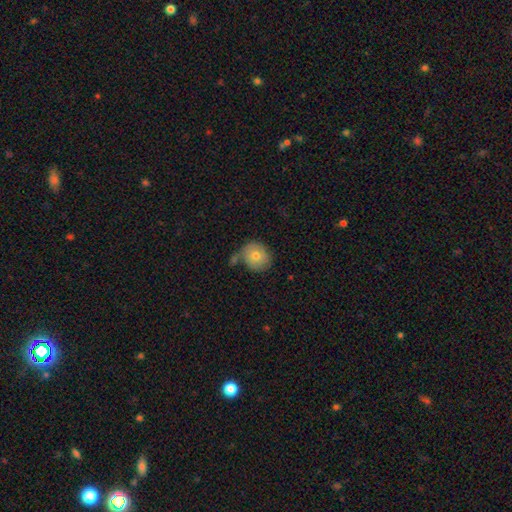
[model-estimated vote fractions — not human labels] Q: Smooth or featured?
A: smooth (74%); runner-up: featured or disk (17%)
Q: How rounded?
A: round (81%); runner-up: in between (18%)
Q: Merging?
A: none (61%); runner-up: minor disturbance (18%)